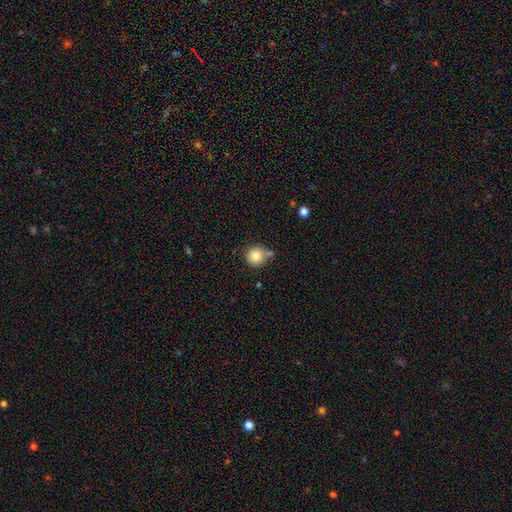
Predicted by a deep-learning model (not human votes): Overall: smooth (82%). How rounded: round (93%). Merging: none (66%).